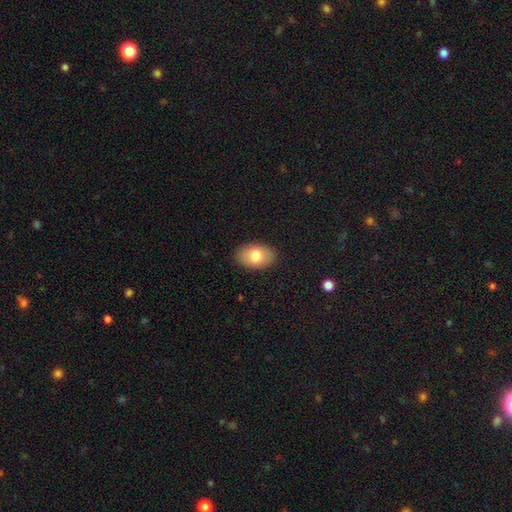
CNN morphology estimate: This is likely a smooth galaxy (78%). How rounded: clearly in between (88%). Merging: clearly none (88%).